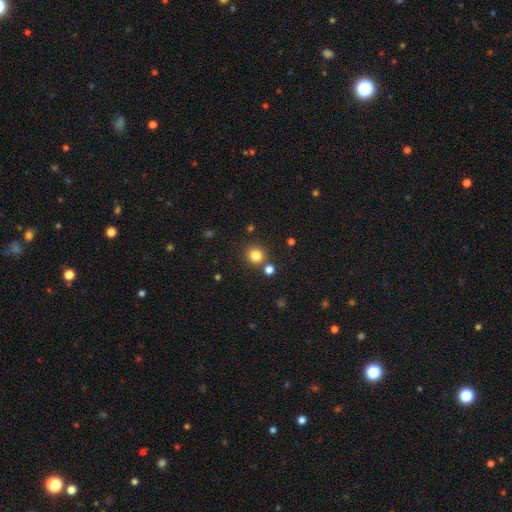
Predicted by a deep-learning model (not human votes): A smooth galaxy with no disk features (82%) that is round (91%).

Vote fractions:
- Smooth or featured? smooth: 82% / star or artifact: 13% / featured or disk: 5%
- How rounded? round: 91% / in between: 8% / cigar-shaped: 1%
- Merging? none: 81% / merger: 9% / minor disturbance: 7% / major disturbance: 2%